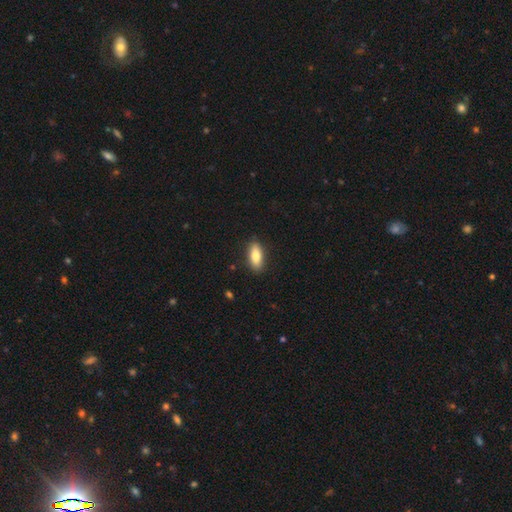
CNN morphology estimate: Smooth or featured: smooth — 81% (featured or disk — 12%)
How rounded: in between — 79% (cigar-shaped — 18%)
Merging: none — 88% (minor disturbance — 9%)